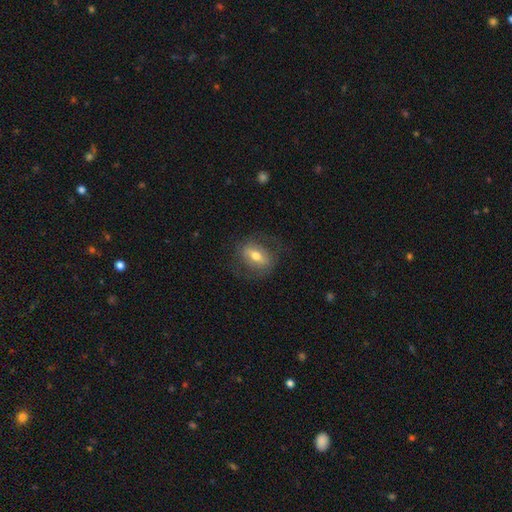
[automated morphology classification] smooth-or-featured: featured or disk: 47% | smooth: 45% | star or artifact: 8%
  merging: none: 72% | minor disturbance: 16% | major disturbance: 11% | merger: 1%